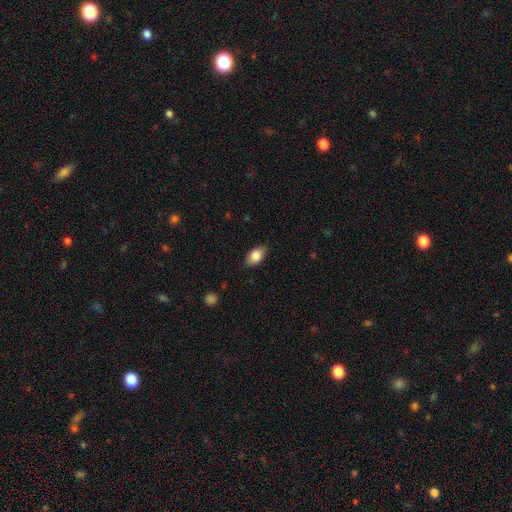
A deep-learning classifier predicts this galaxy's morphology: This appears to be a smooth galaxy with no disk features (84%) that is in between round and cigar-shaped (91%). Merging: none (84%).